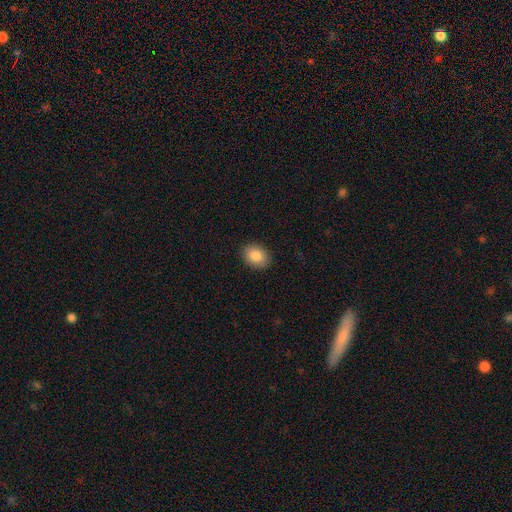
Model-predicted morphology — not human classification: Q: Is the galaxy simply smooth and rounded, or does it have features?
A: smooth — 86%.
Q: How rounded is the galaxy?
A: in between — 67%.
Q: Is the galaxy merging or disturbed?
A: none — 90%.